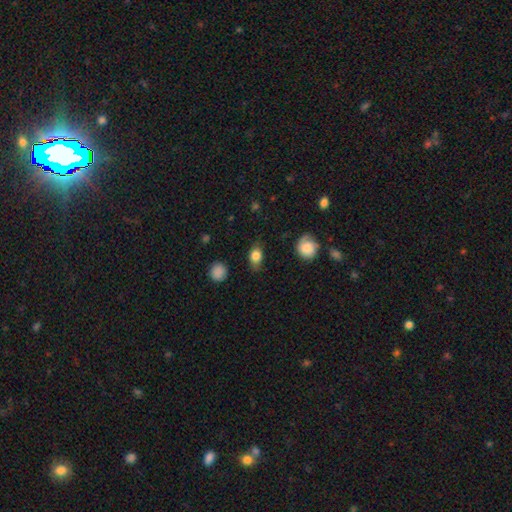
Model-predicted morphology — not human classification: This appears to be a smooth galaxy with no disk features (81%) that is in between round and cigar-shaped (76%). Merging: none (78%).